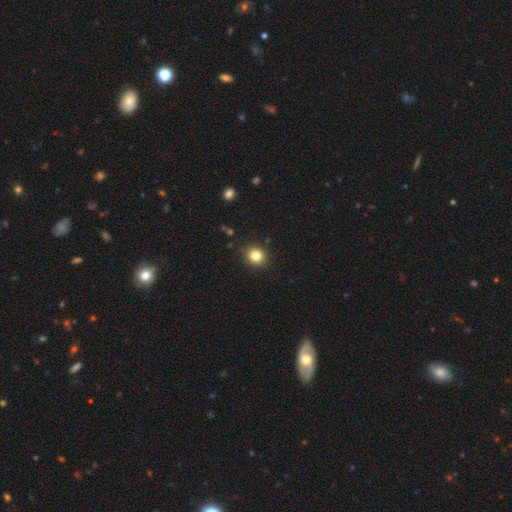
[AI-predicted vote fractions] A smooth galaxy with no disk features (83%) that is round (87%).

Vote fractions:
- Smooth or featured? smooth: 83% / star or artifact: 11% / featured or disk: 6%
- How rounded? round: 87% / in between: 13% / cigar-shaped: 1%
- Merging? none: 90% / minor disturbance: 7% / major disturbance: 2% / merger: 1%